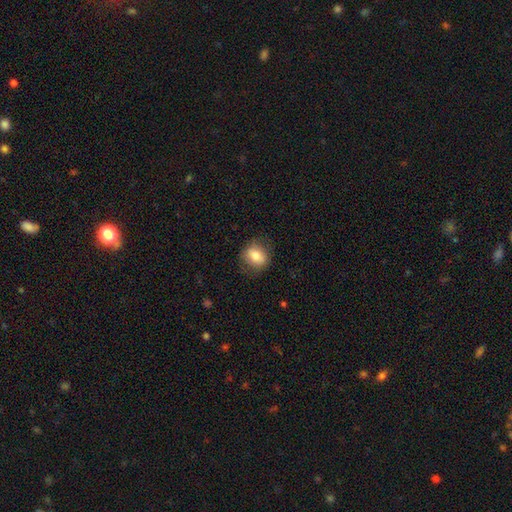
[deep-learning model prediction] Morphology: type=smooth (77%); roundness=round (59%); merging=none (80%).